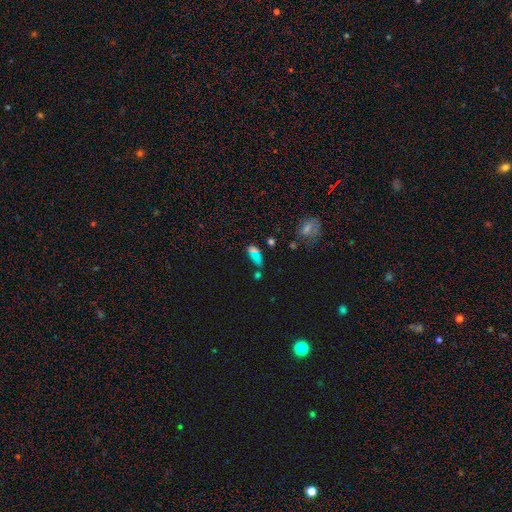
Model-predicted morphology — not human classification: Q: Smooth or featured?
A: smooth (57%); runner-up: star or artifact (30%)
Q: How rounded?
A: in between (69%); runner-up: cigar-shaped (17%)
Q: Merging?
A: none (47%); runner-up: merger (22%)